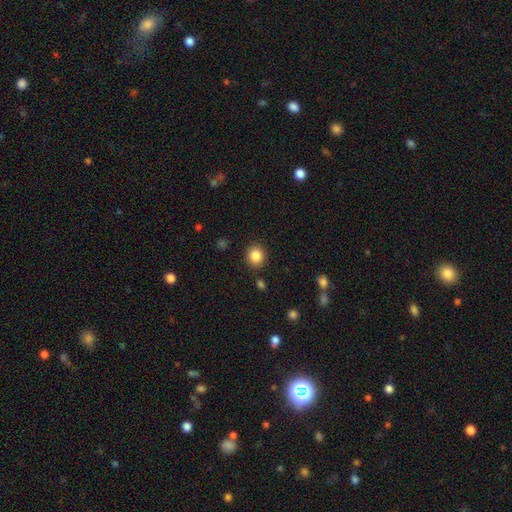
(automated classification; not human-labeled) smooth_or_featured: smooth (p=0.85) [alt: star or artifact p=0.10]
how_rounded: round (p=0.84) [alt: in between p=0.15]
merging: none (p=0.88) [alt: minor disturbance p=0.07]